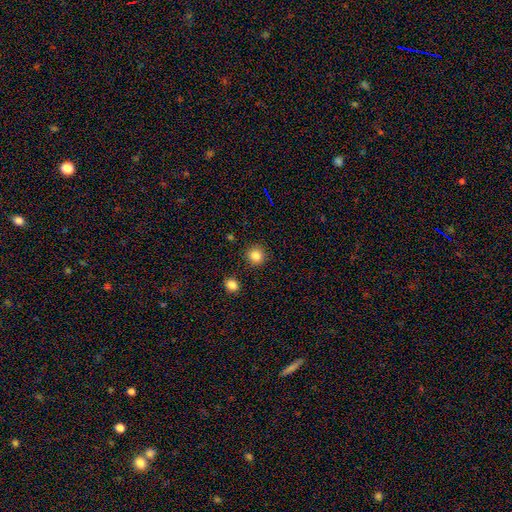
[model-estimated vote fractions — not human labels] smooth_or_featured: smooth (p=0.84) [alt: star or artifact p=0.11]
how_rounded: round (p=0.89) [alt: in between p=0.10]
merging: none (p=0.89) [alt: minor disturbance p=0.07]